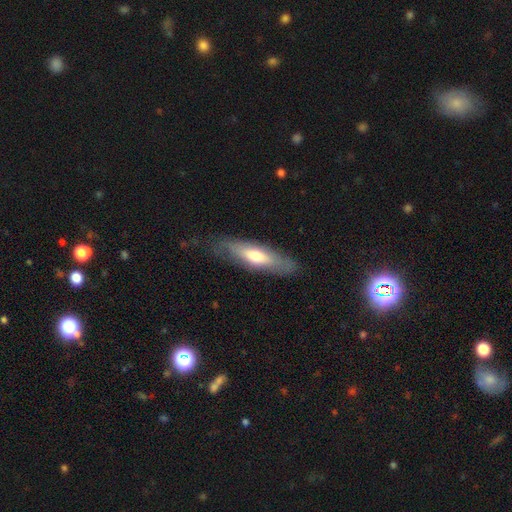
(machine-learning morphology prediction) This appears to be a smooth galaxy with no disk features (56%) that is cigar-shaped (52%). Merging: none (74%).